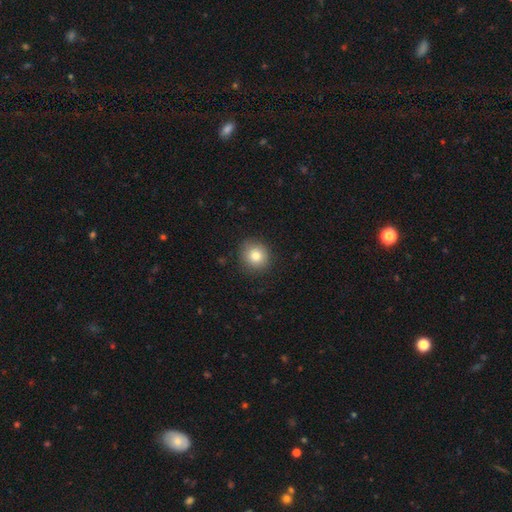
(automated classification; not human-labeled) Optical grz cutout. It shows a smooth galaxy with no disk features (79%) that is round (88%). Merging: none (88%).